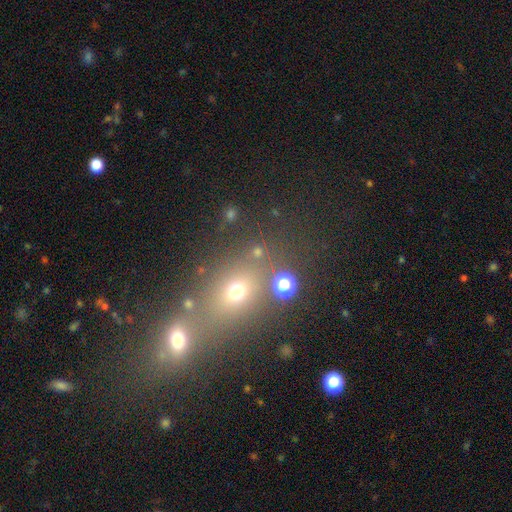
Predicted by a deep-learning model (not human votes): Smooth or featured: smooth — 53% (star or artifact — 31%)
How rounded: round — 49% (in between — 45%)
Merging: none — 48% (merger — 37%)